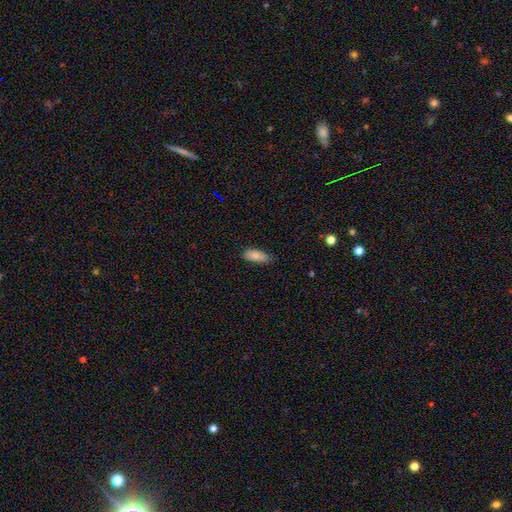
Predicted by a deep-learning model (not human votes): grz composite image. It shows a smooth galaxy with no disk features (84%) that is in between round and cigar-shaped (86%). Merging: none (77%).